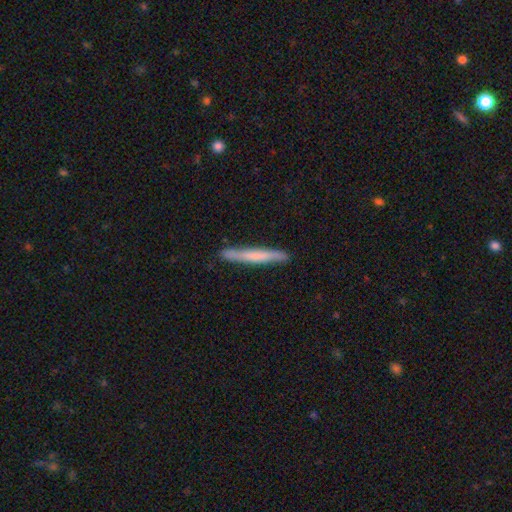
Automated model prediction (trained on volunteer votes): A smooth galaxy with no disk features (58%) that is cigar-shaped (96%). Merging: none (87%).